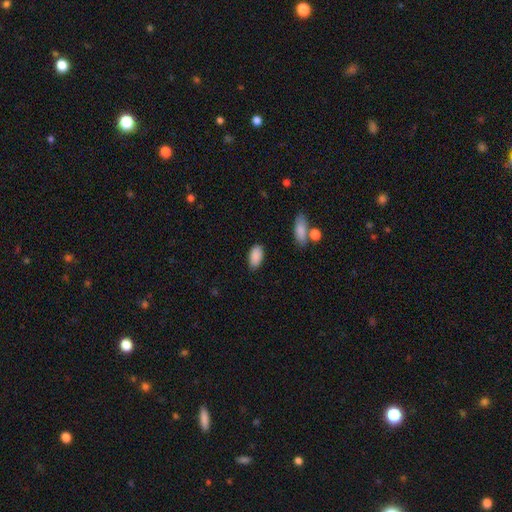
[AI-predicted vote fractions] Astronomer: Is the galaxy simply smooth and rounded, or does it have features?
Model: smooth — 89%.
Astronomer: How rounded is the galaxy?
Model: in between — 93%.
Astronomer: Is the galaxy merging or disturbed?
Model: none — 82%.